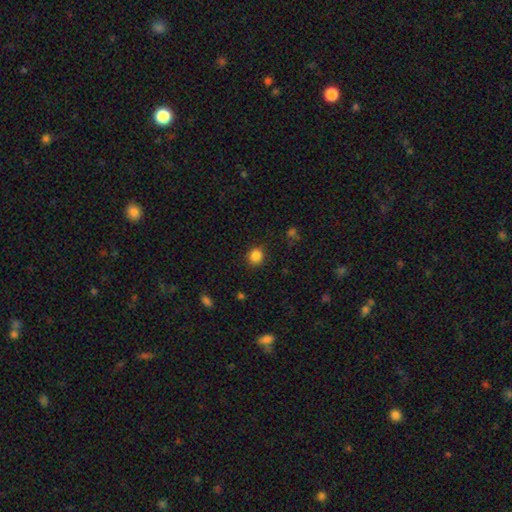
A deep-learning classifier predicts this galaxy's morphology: A smooth galaxy with no disk features (85%) that is round (82%).

Vote fractions:
- Smooth or featured? smooth: 85% / star or artifact: 11% / featured or disk: 3%
- How rounded? round: 82% / in between: 17% / cigar-shaped: 1%
- Merging? none: 89% / minor disturbance: 8% / major disturbance: 3% / merger: 1%